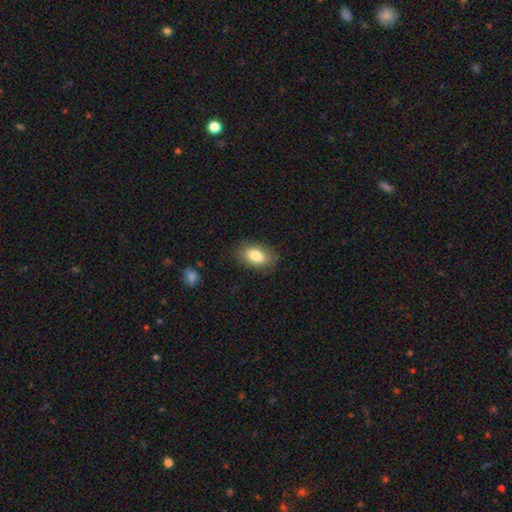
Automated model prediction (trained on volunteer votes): This is clearly a smooth galaxy (81%). How rounded: clearly in between (90%). Merging: clearly none (84%).